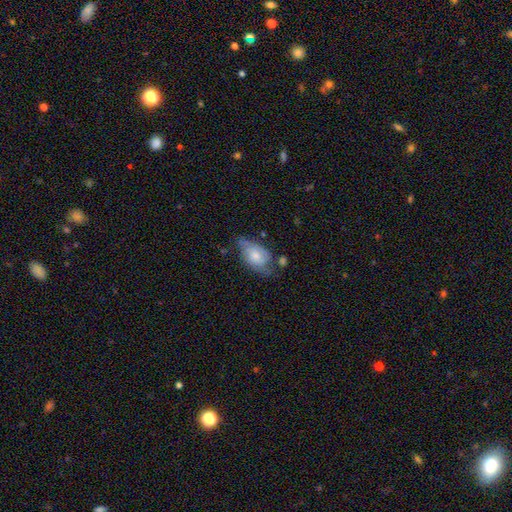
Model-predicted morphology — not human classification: This is possibly a featured or disk galaxy (49%). Merging: marginally none (42%).